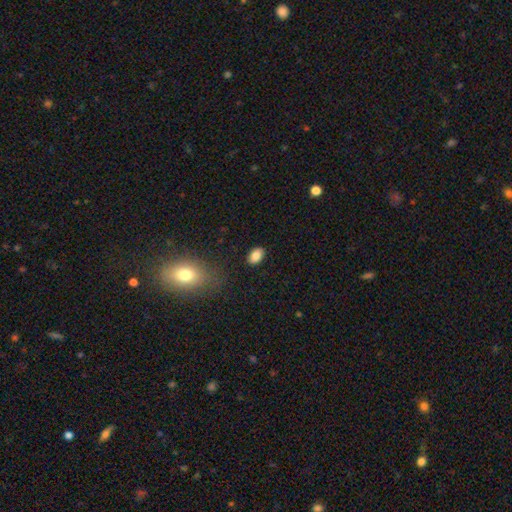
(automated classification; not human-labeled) This appears to be a smooth galaxy with no disk features (85%) that is in between round and cigar-shaped (85%). Merging: none (87%).